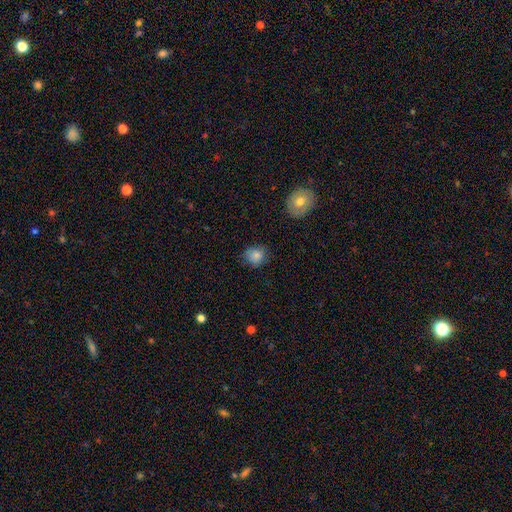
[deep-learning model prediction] Smooth or featured: smooth — 84% (star or artifact — 10%)
How rounded: round — 74% (in between — 25%)
Merging: none — 75% (minor disturbance — 19%)